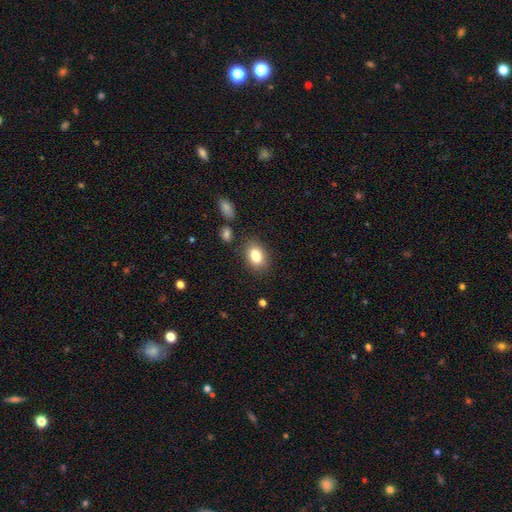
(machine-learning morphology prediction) smooth_or_featured: smooth (p=0.83) [alt: star or artifact p=0.09]
how_rounded: in between (p=0.82) [alt: round p=0.16]
merging: none (p=0.81) [alt: minor disturbance p=0.12]